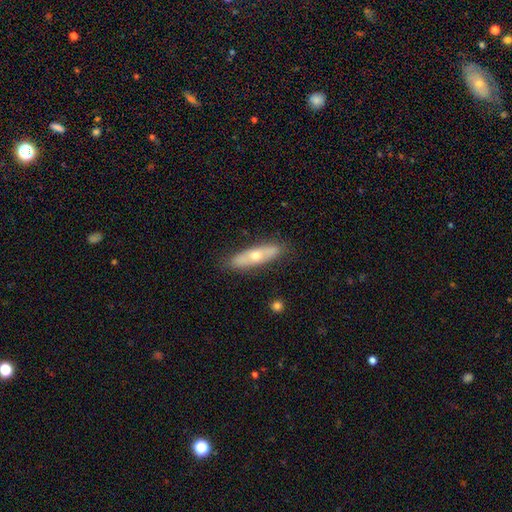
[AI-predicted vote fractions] Overall: smooth (48%; featured or disk 46%). Merging: none (85%).